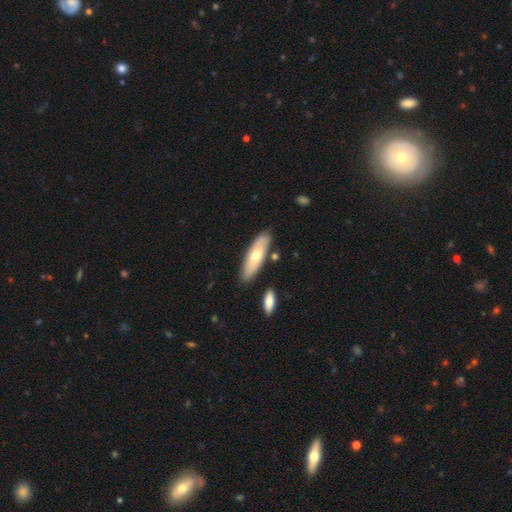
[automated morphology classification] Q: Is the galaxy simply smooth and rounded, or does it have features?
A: smooth — 57%.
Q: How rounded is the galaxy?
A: in between — 53%.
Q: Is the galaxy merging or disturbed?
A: none — 81%.